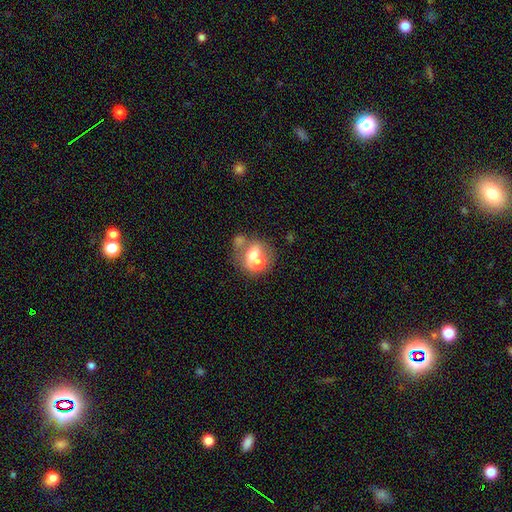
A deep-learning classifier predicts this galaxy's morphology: Overall: smooth (59%; featured or disk 30%). How rounded: round (59%; in between 40%). Merging: merger (54%; none 26%).